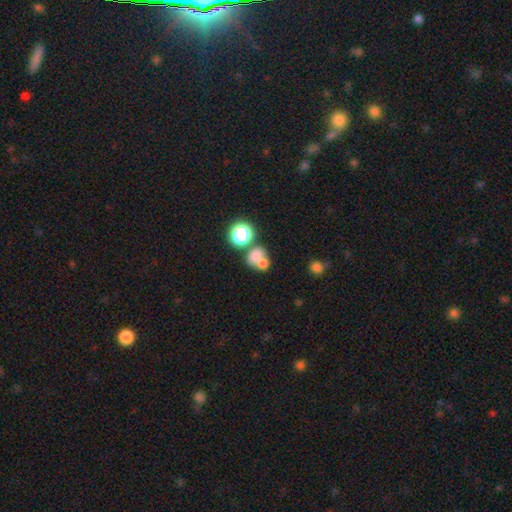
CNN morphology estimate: This appears to be a smooth galaxy with no disk features (72%) that is round (63%). Merging: merger (52%).